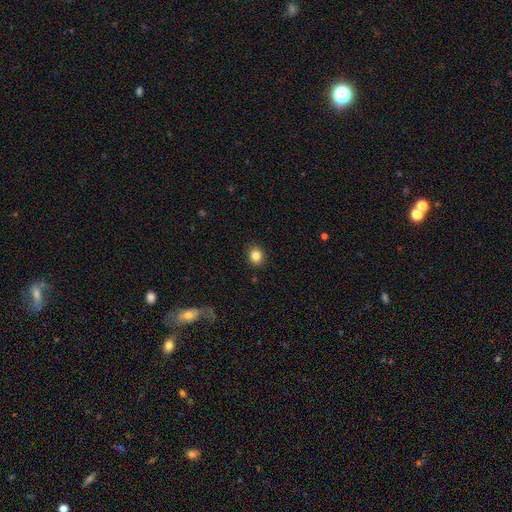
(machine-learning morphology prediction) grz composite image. It shows a smooth galaxy with no disk features (84%) that is round (69%). Merging: none (90%).